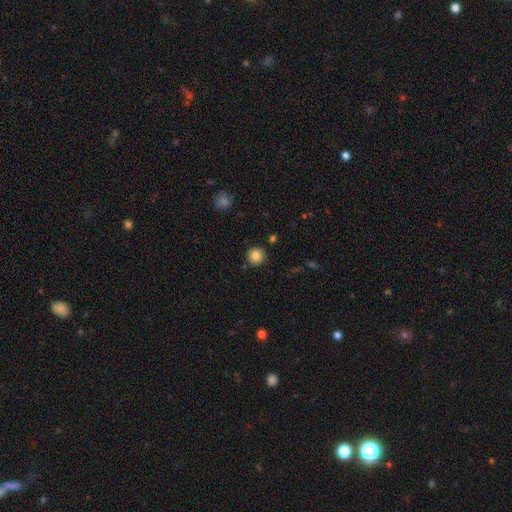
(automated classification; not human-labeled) smooth_or_featured: smooth (p=0.83) [alt: star or artifact p=0.10]
how_rounded: round (p=0.95) [alt: in between p=0.04]
merging: none (p=0.90) [alt: minor disturbance p=0.06]